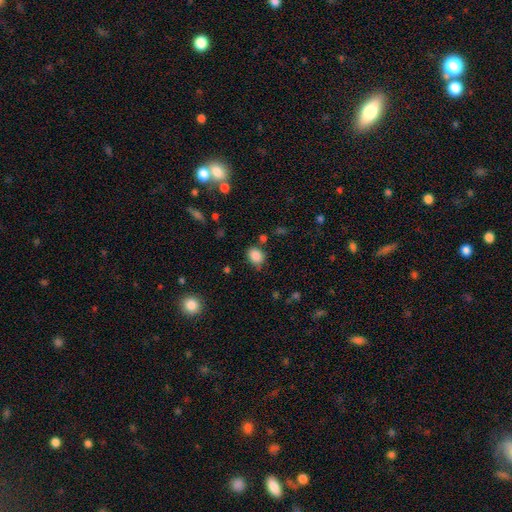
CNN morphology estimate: This is clearly a smooth galaxy (85%). How rounded: possibly in between (55%). Merging: likely none (71%).